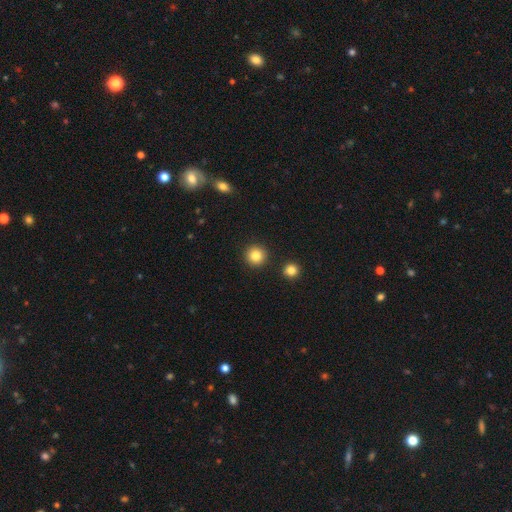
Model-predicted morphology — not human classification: Overall: smooth (83%). How rounded: round (95%). Merging: none (90%).